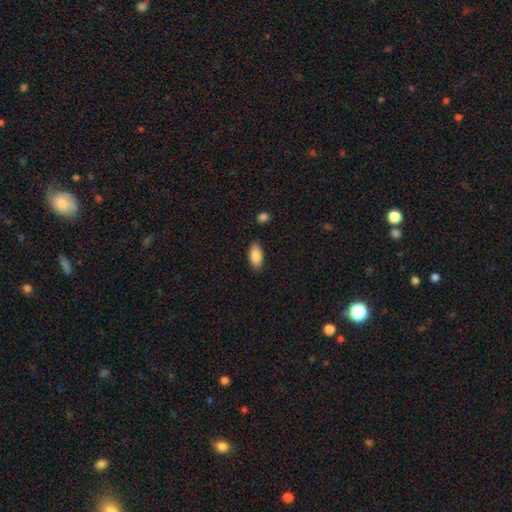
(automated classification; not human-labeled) Smooth or featured? smooth (87%)
How rounded? in between (91%)
Merging? none (86%)